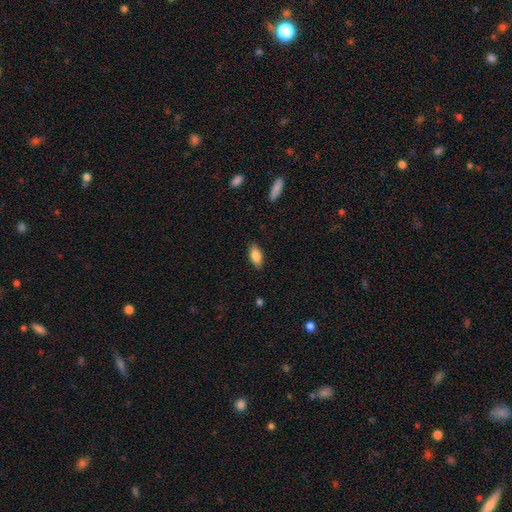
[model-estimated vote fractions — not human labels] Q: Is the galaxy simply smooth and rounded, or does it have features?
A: smooth — 85%.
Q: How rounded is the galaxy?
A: in between — 88%.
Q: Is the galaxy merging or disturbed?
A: none — 87%.